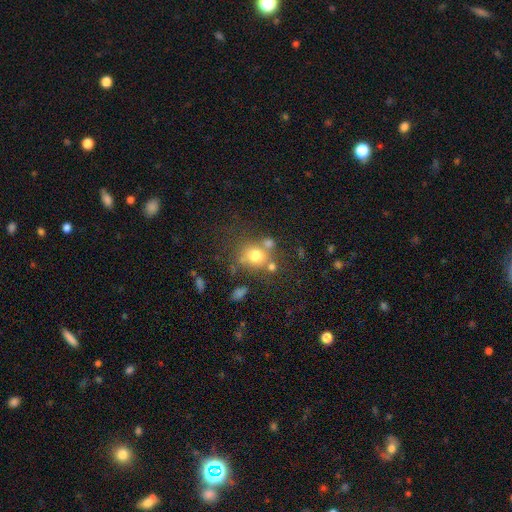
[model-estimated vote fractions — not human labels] smooth 72%, star or artifact 15%, featured or disk 13%. Down the decision tree: how rounded — round (78%); merging — none (58%).